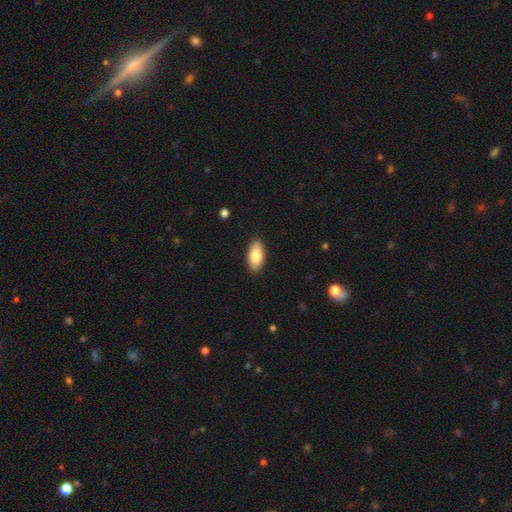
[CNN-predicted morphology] A smooth galaxy with no disk features (82%) that is in between round and cigar-shaped (90%).

Vote fractions:
- Smooth or featured? smooth: 82% / featured or disk: 12% / star or artifact: 6%
- How rounded? in between: 90% / cigar-shaped: 8% / round: 2%
- Merging? none: 89% / minor disturbance: 8% / major disturbance: 2% / merger: 1%